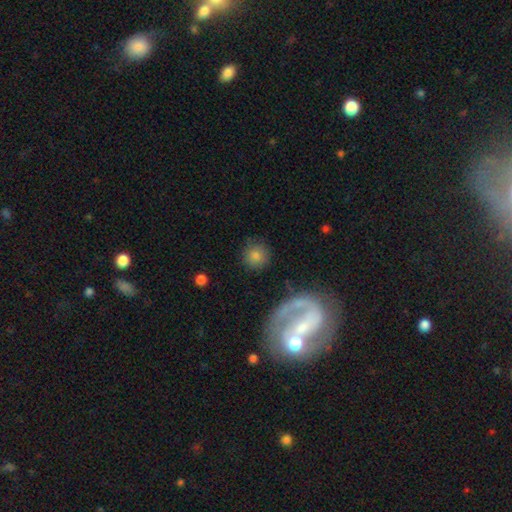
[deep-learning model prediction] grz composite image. It shows a smooth galaxy with no disk features (77%) that is round (91%). Merging: none (84%).